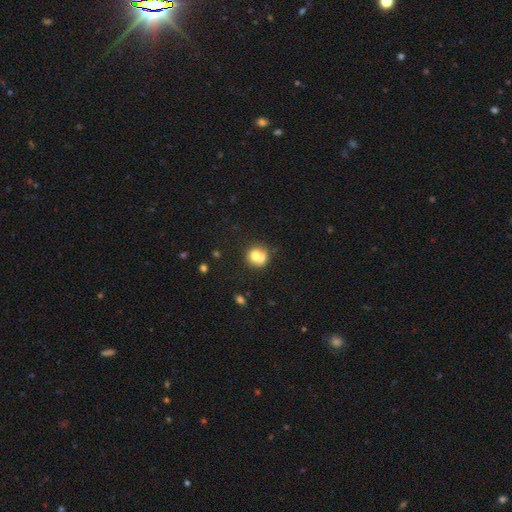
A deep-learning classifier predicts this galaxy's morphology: The model was most divided on "merging": merger: 51%, none: 36%, minor disturbance: 9%, major disturbance: 4%. More confident: how rounded — round (82%); smooth or featured — smooth (68%).